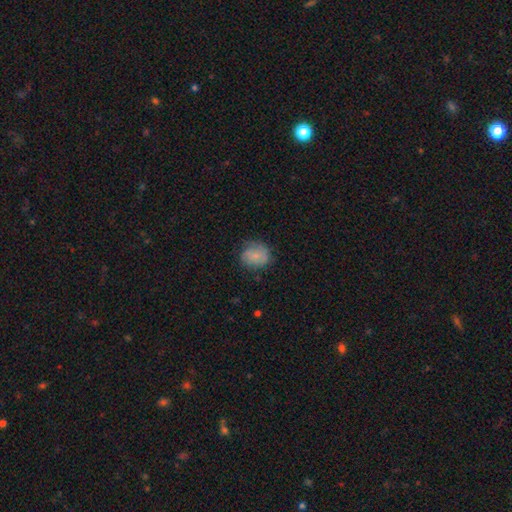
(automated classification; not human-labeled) Q: Smooth or featured?
A: smooth (73%); runner-up: featured or disk (19%)
Q: How rounded?
A: round (70%); runner-up: in between (29%)
Q: Merging?
A: none (67%); runner-up: minor disturbance (24%)